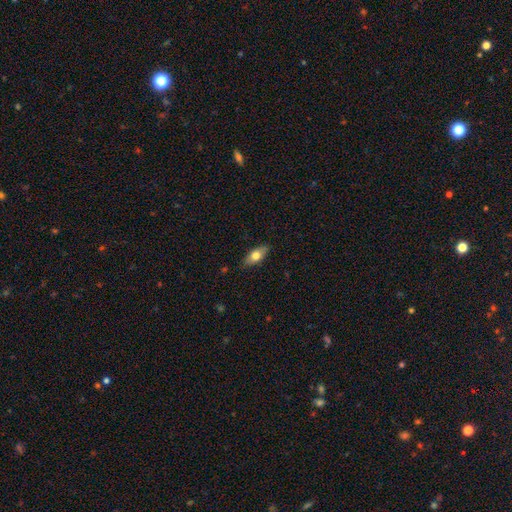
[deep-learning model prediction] A smooth galaxy with no disk features (68%) that is in between round and cigar-shaped (80%).

Vote fractions:
- Smooth or featured? smooth: 68% / featured or disk: 25% / star or artifact: 6%
- How rounded? in between: 80% / cigar-shaped: 16% / round: 4%
- Merging? none: 85% / minor disturbance: 12% / major disturbance: 2% / merger: 1%